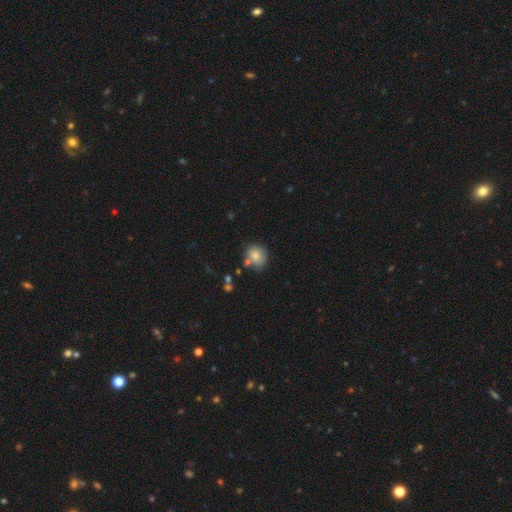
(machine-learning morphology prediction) Smooth or featured: smooth — 80% (featured or disk — 10%)
How rounded: round — 77% (in between — 22%)
Merging: none — 68% (minor disturbance — 16%)